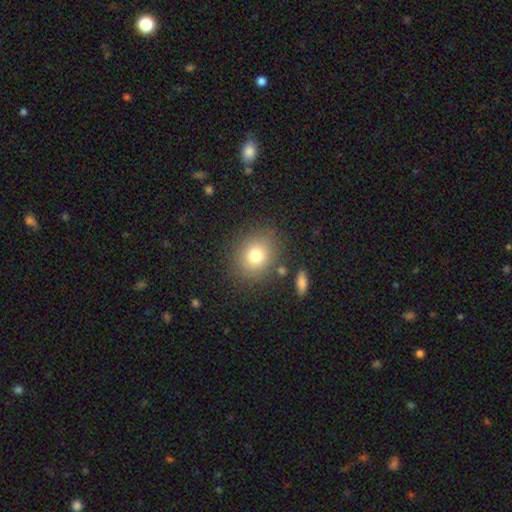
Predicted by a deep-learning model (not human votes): smooth-or-featured: smooth: 78% | star or artifact: 12% | featured or disk: 11%
  how-rounded: round: 68% | in between: 31% | cigar-shaped: 1%
  merging: none: 82% | minor disturbance: 10% | merger: 4% | major disturbance: 4%